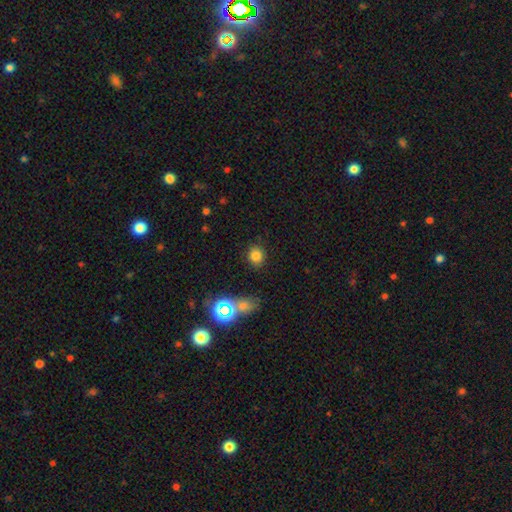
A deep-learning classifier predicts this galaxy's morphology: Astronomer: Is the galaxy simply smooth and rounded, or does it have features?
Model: smooth — 76%.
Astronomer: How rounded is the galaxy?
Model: round — 75%.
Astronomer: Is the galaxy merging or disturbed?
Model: none — 84%.